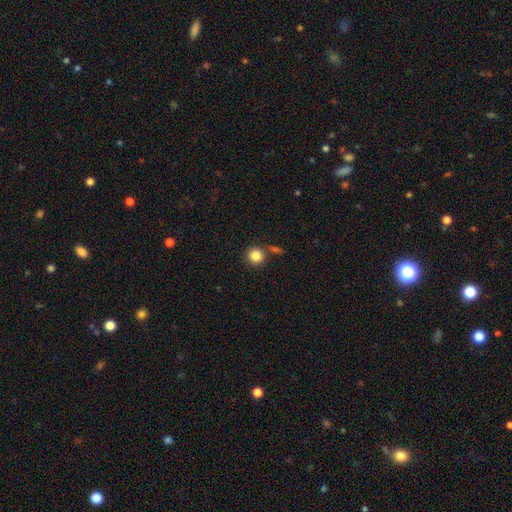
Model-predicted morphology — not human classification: Smooth or featured: smooth — 85% (star or artifact — 10%)
How rounded: round — 93% (in between — 6%)
Merging: none — 76% (merger — 11%)